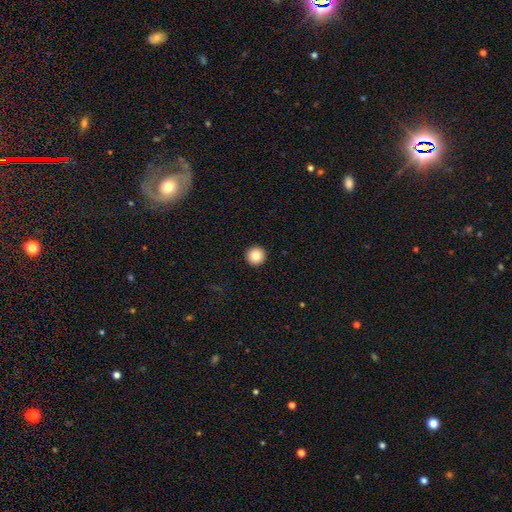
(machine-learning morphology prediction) Overall: smooth (85%). How rounded: round (96%). Merging: none (94%).